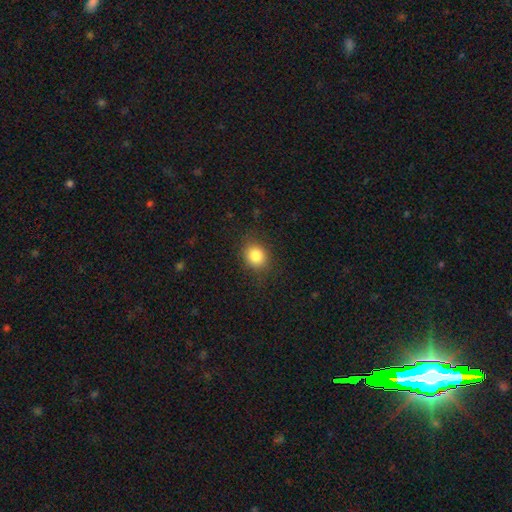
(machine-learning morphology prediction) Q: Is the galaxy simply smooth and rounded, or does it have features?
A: smooth — 84%.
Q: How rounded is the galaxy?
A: round — 65%.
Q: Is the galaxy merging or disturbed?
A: none — 83%.